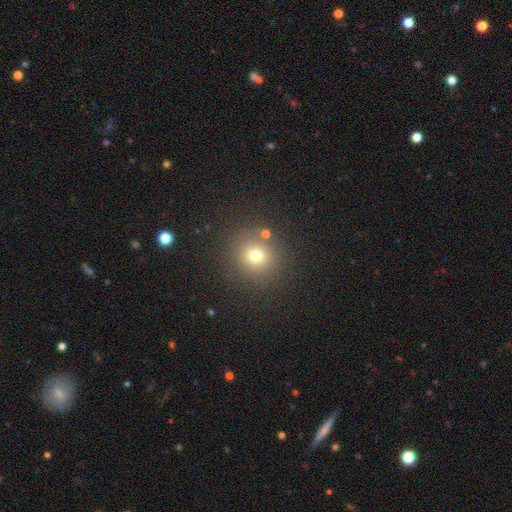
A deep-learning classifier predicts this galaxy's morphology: Smooth or featured?
  - smooth: 71% *
  - star or artifact: 20%
  - featured or disk: 9%
How rounded?
  - round: 90% *
  - in between: 9%
  - cigar-shaped: 1%
Merging?
  - none: 83% *
  - minor disturbance: 8%
  - merger: 5%
  - major disturbance: 4%